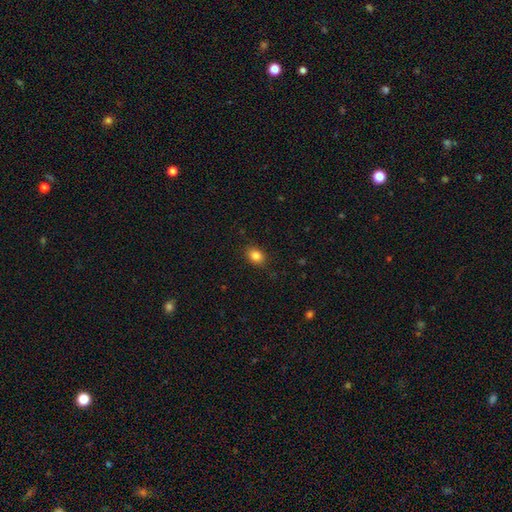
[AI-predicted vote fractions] This is clearly a smooth galaxy (85%). How rounded: possibly in between (56%). Merging: clearly none (87%).